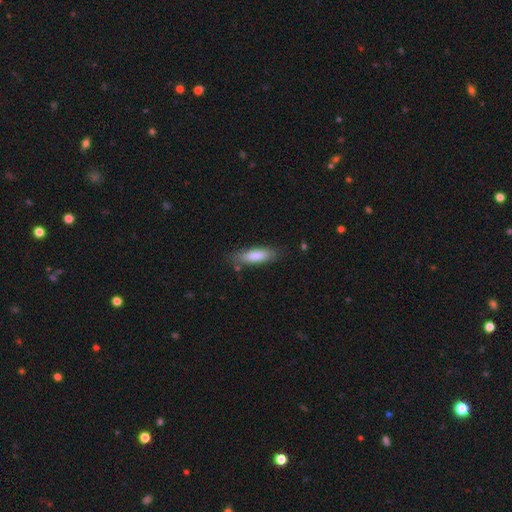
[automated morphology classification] Smooth or featured? Predicted: smooth (p=0.82). How rounded? Predicted: cigar-shaped (p=0.55). Merging? Predicted: none (p=0.78).